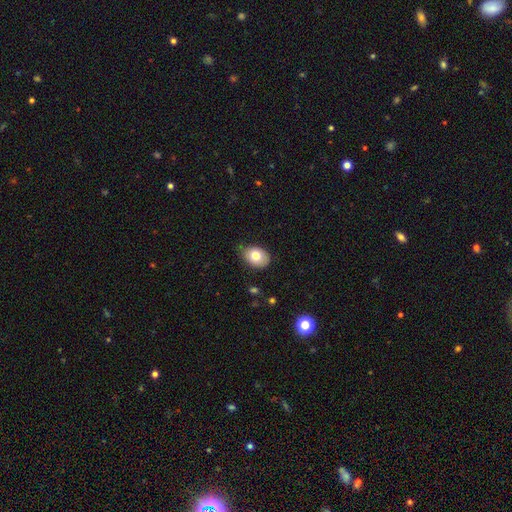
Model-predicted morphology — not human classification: Smooth or featured?
  - smooth: 77% *
  - featured or disk: 15%
  - star or artifact: 9%
How rounded?
  - in between: 72% *
  - round: 27%
  - cigar-shaped: 1%
Merging?
  - none: 65% *
  - minor disturbance: 29%
  - major disturbance: 5%
  - merger: 1%